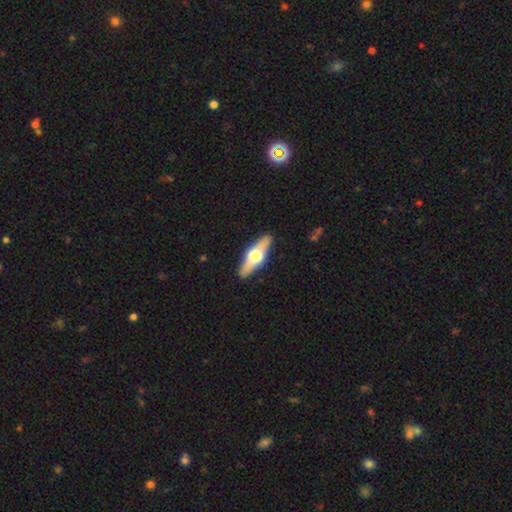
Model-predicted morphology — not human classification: type=featured or disk (59%); edge-on=yes (91%); edge-on bulge=rounded (95%); merging=none (89%).